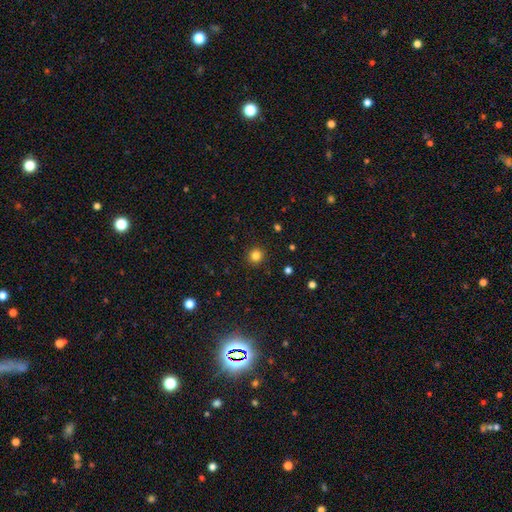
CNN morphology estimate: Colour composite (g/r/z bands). It shows a smooth galaxy with no disk features (83%) that is round (94%). Merging: none (92%).